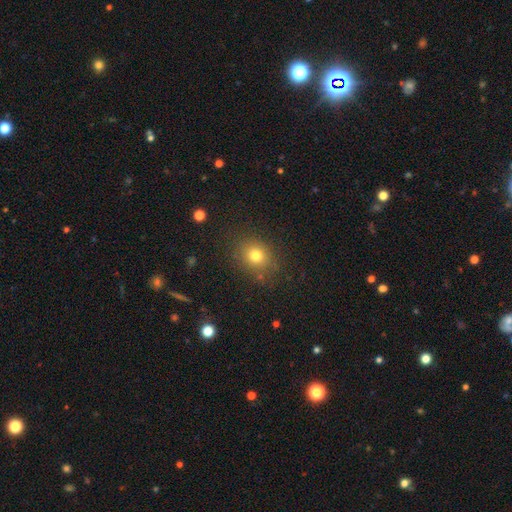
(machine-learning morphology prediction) Overall: smooth (77%). How rounded: round (69%; in between 30%). Merging: none (83%).